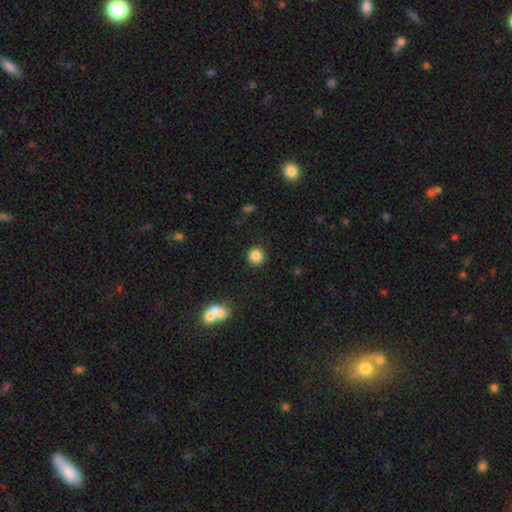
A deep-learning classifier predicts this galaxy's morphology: smooth 84%, star or artifact 11%, featured or disk 5%. Down the decision tree: how rounded — round (93%); merging — none (90%).